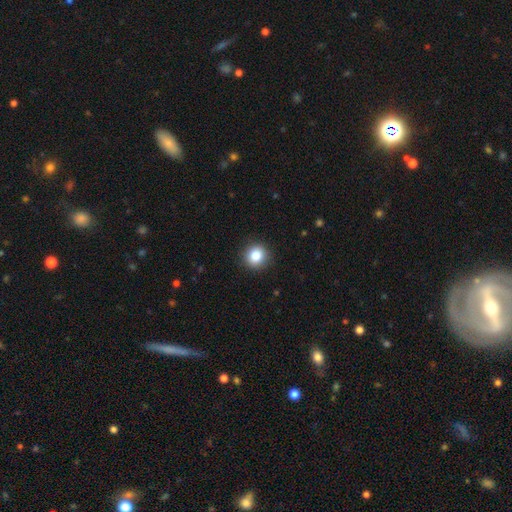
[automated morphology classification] Smooth or featured: smooth — 84% (star or artifact — 10%)
How rounded: round — 92% (in between — 7%)
Merging: none — 92% (minor disturbance — 6%)